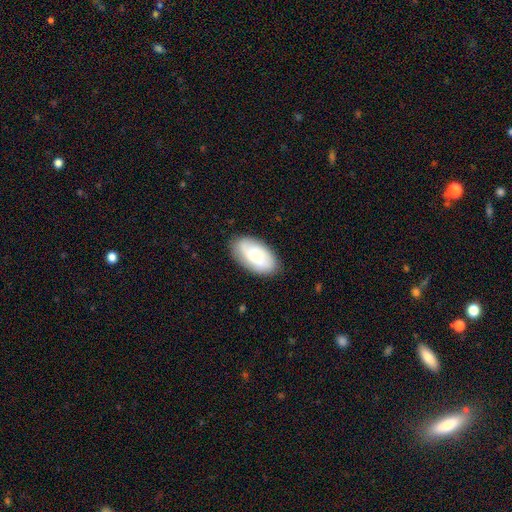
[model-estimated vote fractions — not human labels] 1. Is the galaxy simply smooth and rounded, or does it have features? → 68% smooth, 26% featured or disk, 7% star or artifact.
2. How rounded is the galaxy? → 94% in between, 3% round, 2% cigar-shaped.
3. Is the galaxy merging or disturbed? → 83% none, 13% minor disturbance, 3% major disturbance, 1% merger.